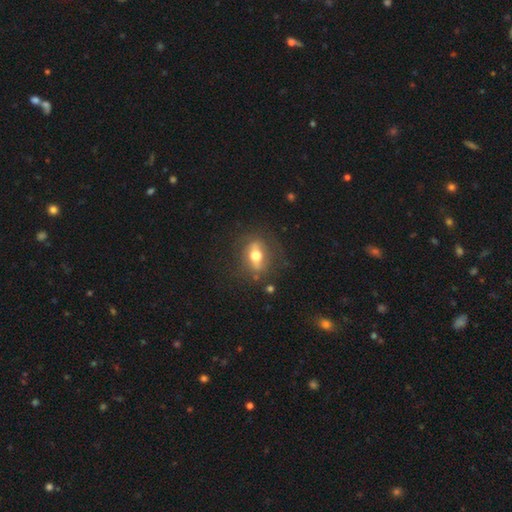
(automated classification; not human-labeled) Smooth or featured? Predicted: featured or disk (p=0.49). Merging? Predicted: none (p=0.75).